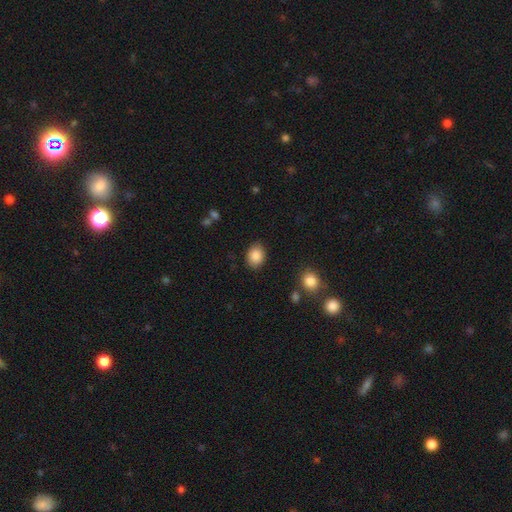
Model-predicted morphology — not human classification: The model was most divided on "how rounded": in between: 61%, round: 38%, cigar-shaped: 1%. More confident: smooth or featured — smooth (88%); merging — none (86%).